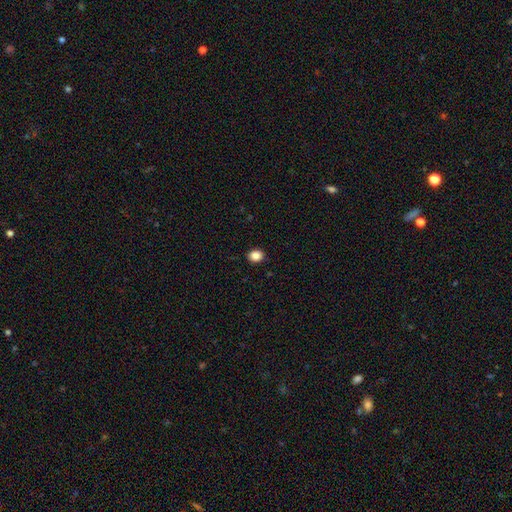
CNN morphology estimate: Smooth or featured? smooth (86%)
How rounded? round (65%)
Merging? none (91%)